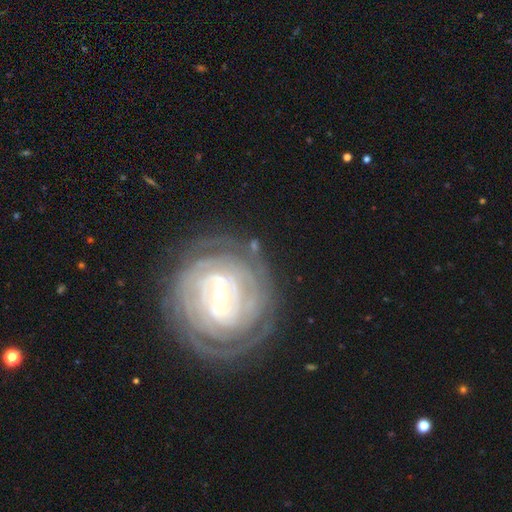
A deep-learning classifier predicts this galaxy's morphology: featured or disk 87%, smooth 7%, star or artifact 6%. Down the decision tree: edge-on disk — no (95%); bar — strong (64%); spiral arms — yes (93%); spiral arm count — can't tell (34%); spiral winding — tight (85%); bulge size — small (54%); merging — none (83%).